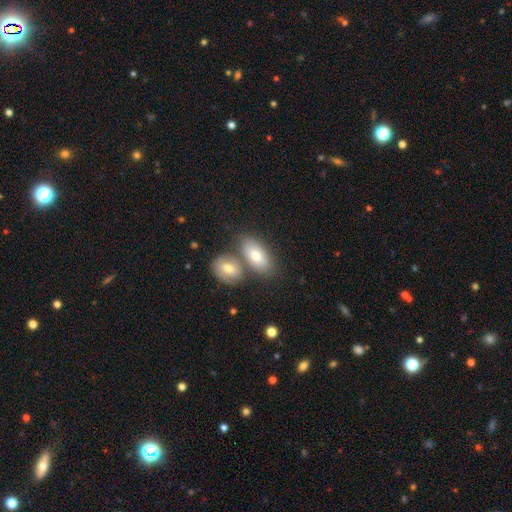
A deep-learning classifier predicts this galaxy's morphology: This appears to be a smooth galaxy with no disk features (73%) that is in between round and cigar-shaped (90%). Merging: none (51%).